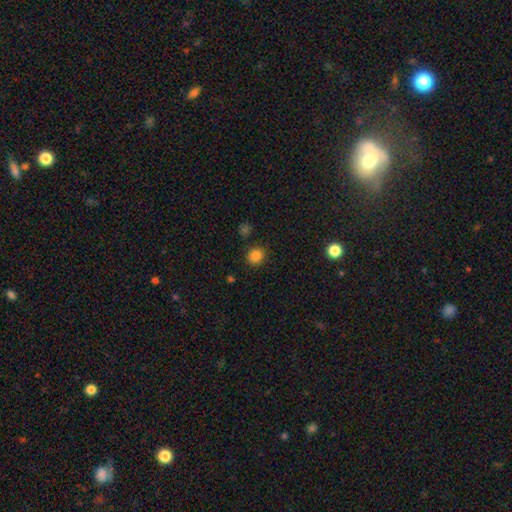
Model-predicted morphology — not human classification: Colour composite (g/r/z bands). It shows a smooth galaxy with no disk features (84%) that is round (85%). Merging: none (88%).